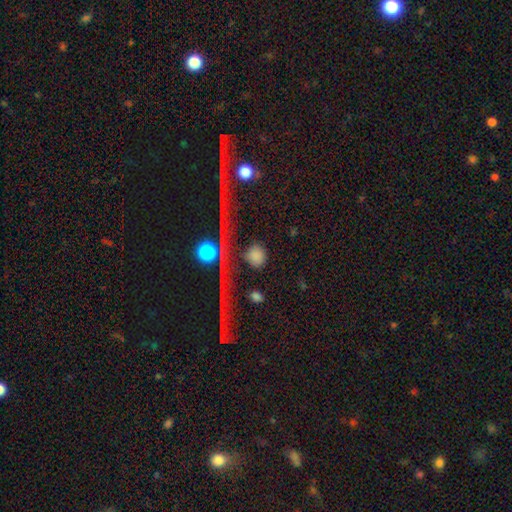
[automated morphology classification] A smooth galaxy with no disk features (76%) that is round (90%).

Vote fractions:
- Smooth or featured? smooth: 76% / star or artifact: 16% / featured or disk: 8%
- How rounded? round: 90% / in between: 8% / cigar-shaped: 2%
- Merging? none: 80% / minor disturbance: 10% / major disturbance: 6% / merger: 4%